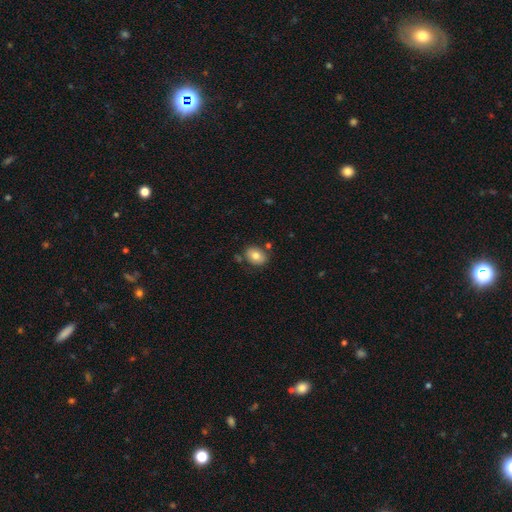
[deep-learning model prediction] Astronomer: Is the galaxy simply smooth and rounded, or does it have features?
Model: smooth — 78%.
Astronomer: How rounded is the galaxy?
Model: in between — 60% (runner-up: round, 39%).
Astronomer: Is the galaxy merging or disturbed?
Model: none — 77%.